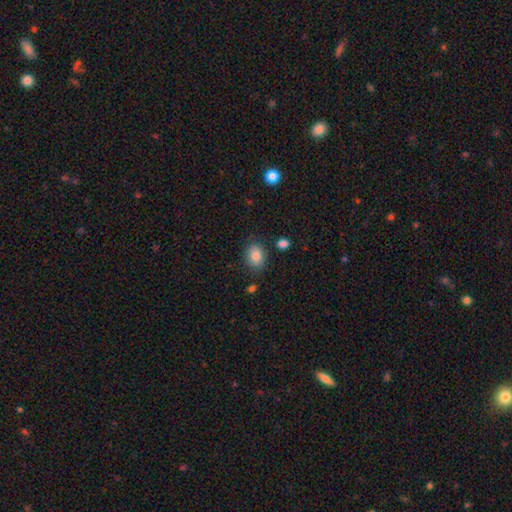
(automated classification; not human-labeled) Q: Smooth or featured?
A: smooth (84%); runner-up: star or artifact (9%)
Q: How rounded?
A: in between (64%); runner-up: round (35%)
Q: Merging?
A: none (80%); runner-up: minor disturbance (13%)